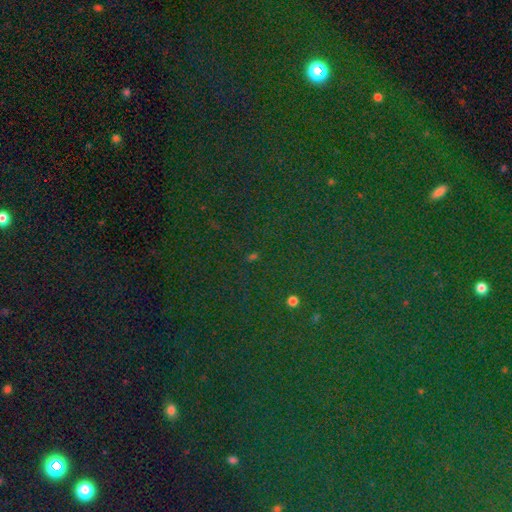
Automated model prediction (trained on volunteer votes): The model was most divided on "smooth or featured": star or artifact: 79%, smooth: 13%, featured or disk: 9%.